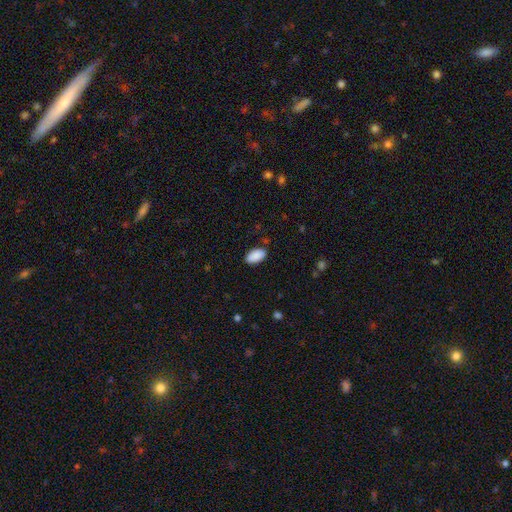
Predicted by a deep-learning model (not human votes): Smooth or featured? smooth (90%)
How rounded? in between (95%)
Merging? none (86%)